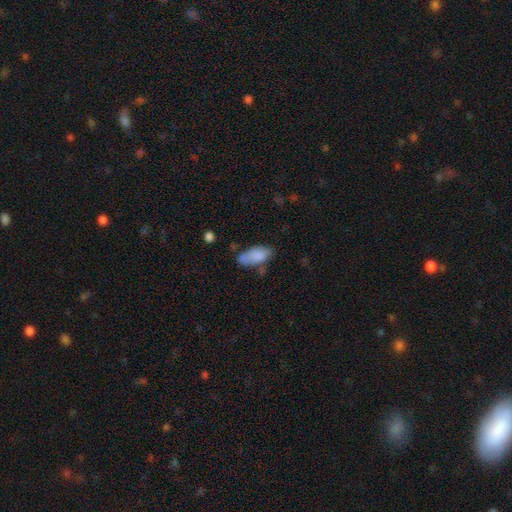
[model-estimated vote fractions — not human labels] smooth-or-featured: smooth: 82% | featured or disk: 10% | star or artifact: 7%
  how-rounded: in between: 90% | cigar-shaped: 8% | round: 3%
  merging: none: 50% | minor disturbance: 28% | merger: 12% | major disturbance: 10%